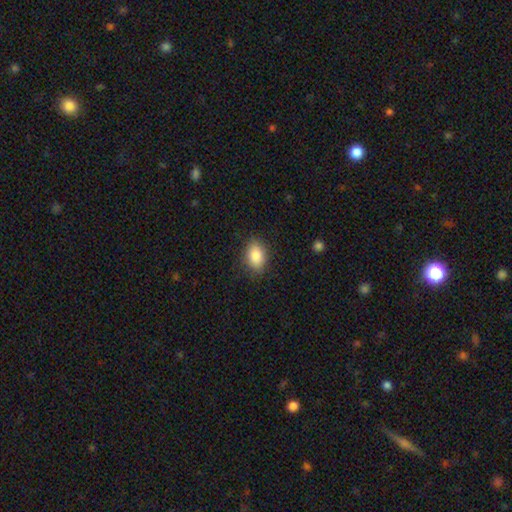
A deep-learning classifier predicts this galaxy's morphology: Smooth or featured: smooth — 86% (star or artifact — 8%)
How rounded: in between — 81% (round — 17%)
Merging: none — 85% (minor disturbance — 11%)